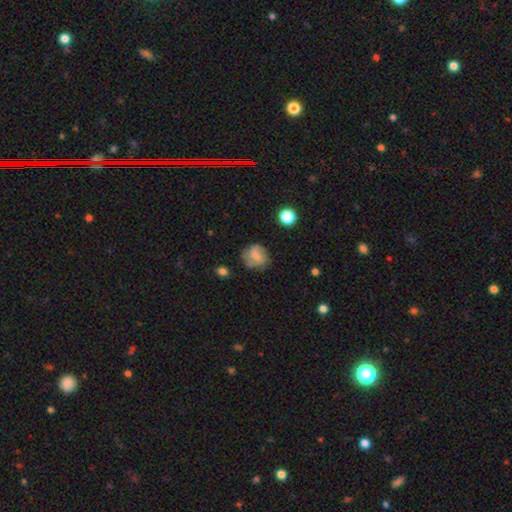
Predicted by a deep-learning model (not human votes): A smooth galaxy with no disk features (49%).

Vote fractions:
- Smooth or featured? smooth: 49% / featured or disk: 43% / star or artifact: 9%
- Merging? none: 66% / minor disturbance: 22% / major disturbance: 9% / merger: 3%